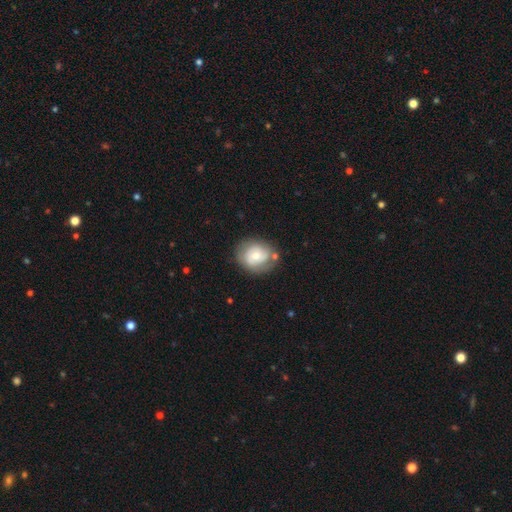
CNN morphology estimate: smooth-or-featured: smooth: 52% | featured or disk: 41% | star or artifact: 8%
  how-rounded: round: 70% | in between: 29% | cigar-shaped: 1%
  merging: none: 67% | minor disturbance: 19% | major disturbance: 7% | merger: 7%